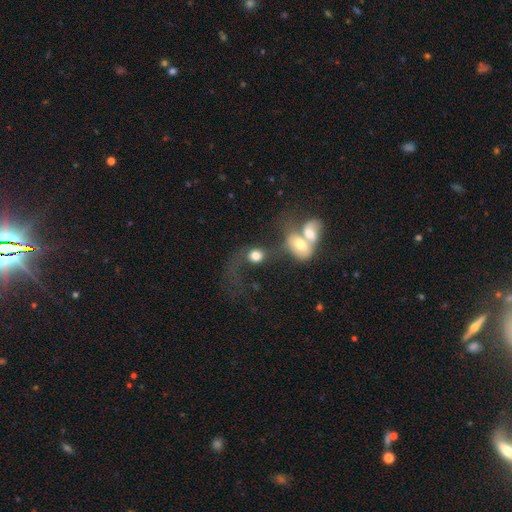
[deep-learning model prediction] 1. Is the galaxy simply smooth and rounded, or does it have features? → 66% smooth, 25% featured or disk, 10% star or artifact.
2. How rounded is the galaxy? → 59% round, 39% in between, 2% cigar-shaped.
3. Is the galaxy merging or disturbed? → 58% merger, 20% major disturbance, 15% none, 7% minor disturbance.